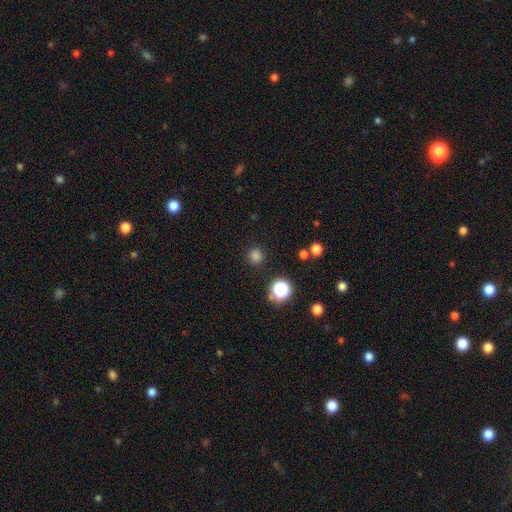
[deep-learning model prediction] Smooth or featured: smooth — 78% (star or artifact — 18%)
How rounded: round — 94% (in between — 5%)
Merging: none — 89% (minor disturbance — 6%)